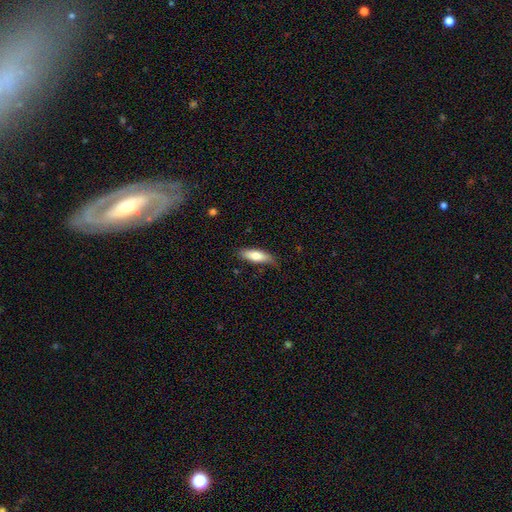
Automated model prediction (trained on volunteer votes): This is likely a smooth galaxy (76%). How rounded: possibly in between (51%). Merging: likely none (70%).